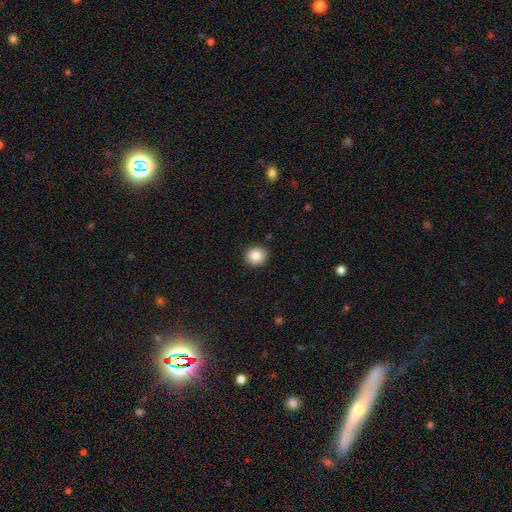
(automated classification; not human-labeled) Smooth or featured: smooth — 86% (star or artifact — 9%)
How rounded: round — 88% (in between — 12%)
Merging: none — 91% (minor disturbance — 6%)